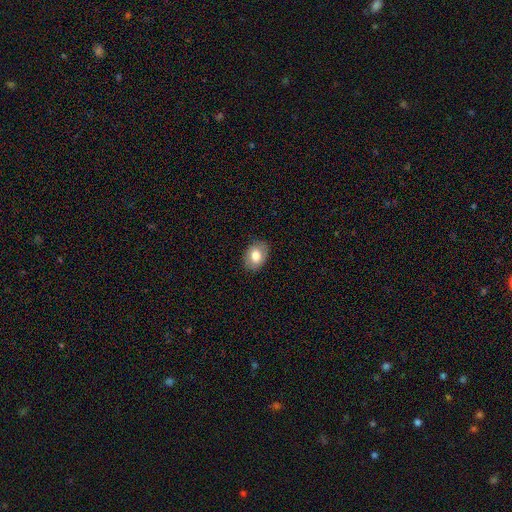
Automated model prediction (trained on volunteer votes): A smooth galaxy with no disk features (77%) that is in between round and cigar-shaped (75%).

Vote fractions:
- Smooth or featured? smooth: 77% / featured or disk: 15% / star or artifact: 8%
- How rounded? in between: 75% / round: 24% / cigar-shaped: 1%
- Merging? none: 86% / minor disturbance: 11% / major disturbance: 3% / merger: 1%